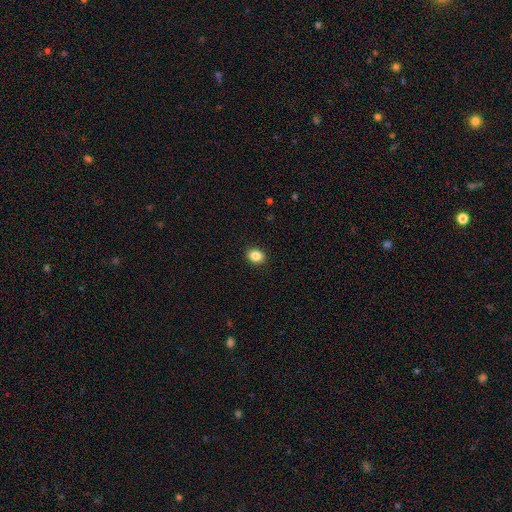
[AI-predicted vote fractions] This is clearly a smooth galaxy (87%). How rounded: possibly in between (57%). Merging: clearly none (91%).